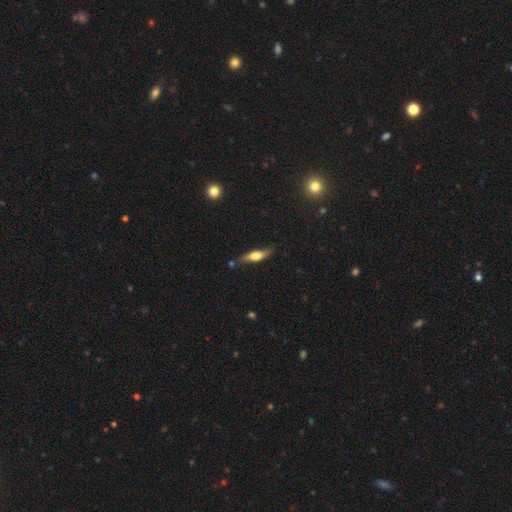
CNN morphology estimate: Smooth or featured? Predicted: smooth (p=0.48). Merging? Predicted: none (p=0.69).